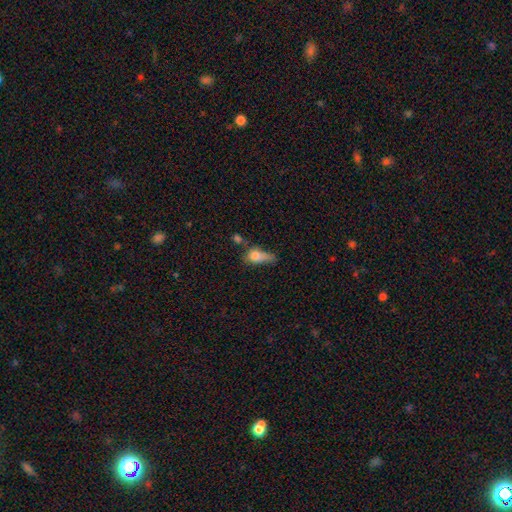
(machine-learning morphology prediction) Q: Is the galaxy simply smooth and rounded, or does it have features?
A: smooth — 72%.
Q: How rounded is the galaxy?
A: in between — 69%.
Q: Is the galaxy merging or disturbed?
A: major disturbance — 31%.